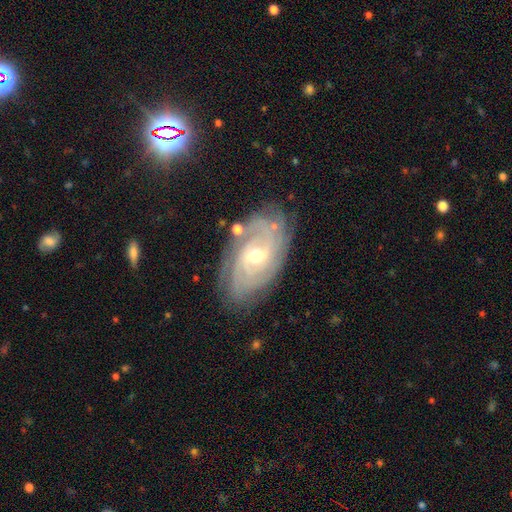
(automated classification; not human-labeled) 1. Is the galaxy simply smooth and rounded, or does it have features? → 85% featured or disk, 8% smooth, 7% star or artifact.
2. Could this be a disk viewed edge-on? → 95% no, 5% yes.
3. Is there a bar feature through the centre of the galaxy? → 44% weak, 42% no, 14% strong.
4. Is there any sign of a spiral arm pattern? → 97% yes, 3% no.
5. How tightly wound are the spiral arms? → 73% tight, 22% medium, 5% loose.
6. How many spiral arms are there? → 31% can't tell, 20% 4, 20% 3, 16% 2, 8% more than 4, 5% 1.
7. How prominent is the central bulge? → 58% moderate, 38% small, 2% large, 1% none, 1% dominant.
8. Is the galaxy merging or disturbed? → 78% none, 16% minor disturbance, 4% major disturbance, 2% merger.